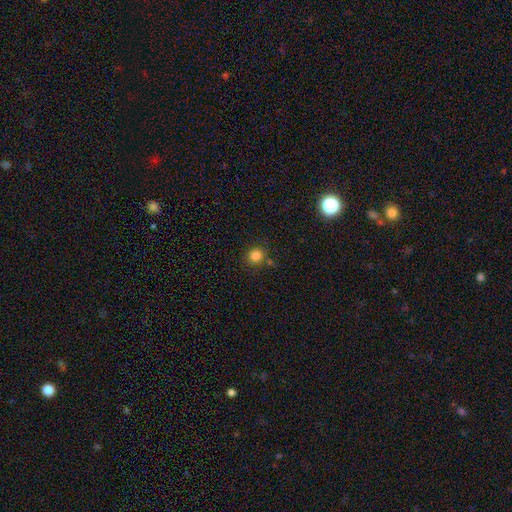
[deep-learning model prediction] A smooth galaxy with no disk features (83%) that is round (87%). Merging: none (78%).